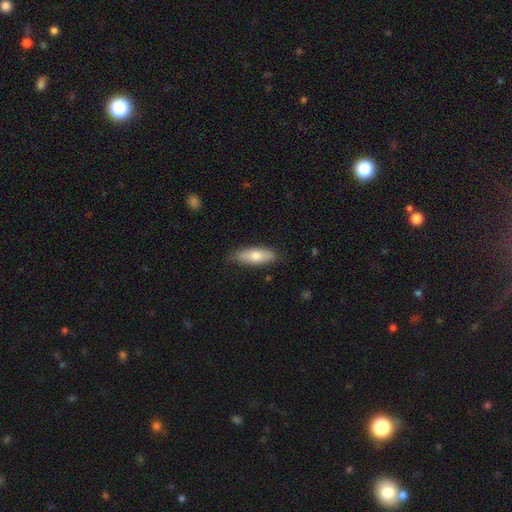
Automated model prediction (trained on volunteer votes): smooth_or_featured: smooth (p=0.72) [alt: featured or disk p=0.22]
how_rounded: in between (p=0.66) [alt: cigar-shaped p=0.32]
merging: none (p=0.83) [alt: minor disturbance p=0.14]